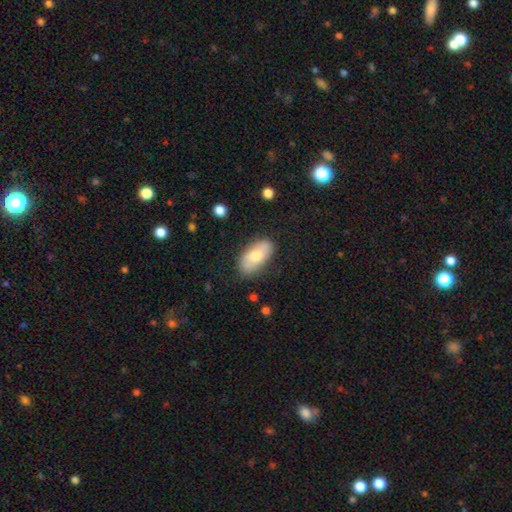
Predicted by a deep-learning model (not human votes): smooth_or_featured: smooth (p=0.70) [alt: featured or disk p=0.24]
how_rounded: in between (p=0.93) [alt: cigar-shaped p=0.04]
merging: none (p=0.80) [alt: minor disturbance p=0.15]